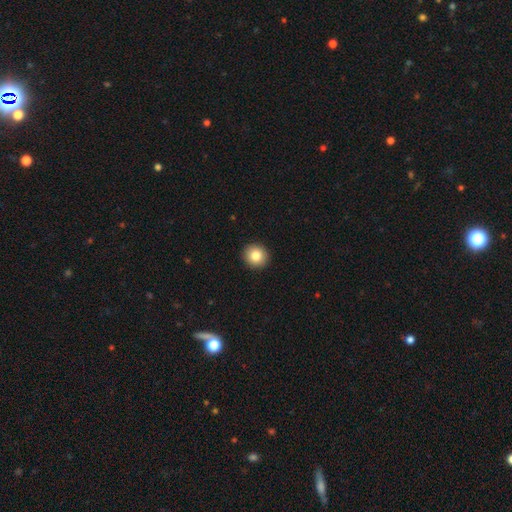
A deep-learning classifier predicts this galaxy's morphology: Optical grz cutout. It shows a smooth galaxy with no disk features (83%) that is round (91%). Merging: none (93%).